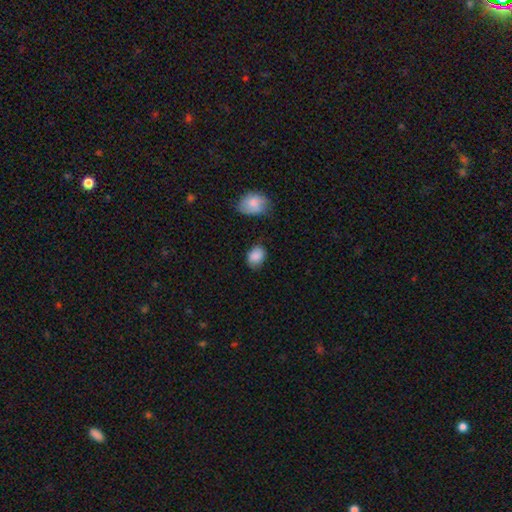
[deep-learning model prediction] This is clearly a smooth galaxy (87%). How rounded: likely in between (69%). Merging: likely none (68%).